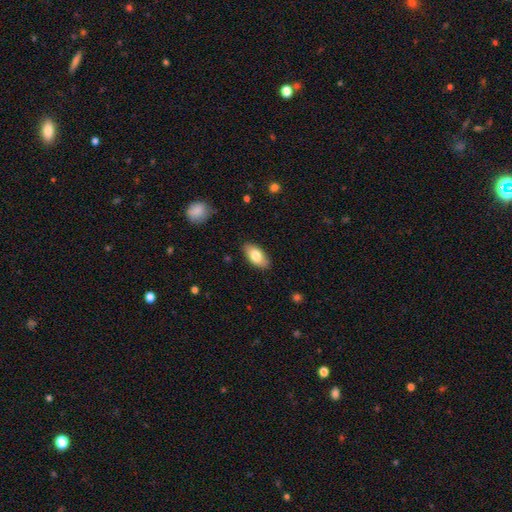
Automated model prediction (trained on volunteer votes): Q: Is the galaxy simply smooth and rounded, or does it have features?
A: smooth — 80%.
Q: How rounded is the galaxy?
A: in between — 92%.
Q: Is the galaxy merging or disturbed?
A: none — 86%.